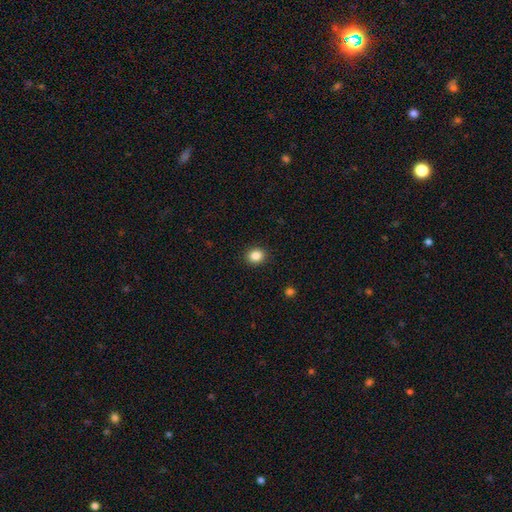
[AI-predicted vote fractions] smooth 86%, star or artifact 10%, featured or disk 4%. Down the decision tree: how rounded — round (67%); merging — none (91%).